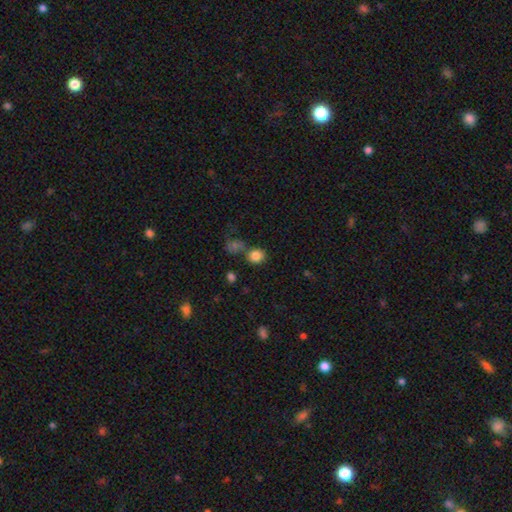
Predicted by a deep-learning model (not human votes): A smooth galaxy with no disk features (83%) that is round (84%). Merging: none (69%).